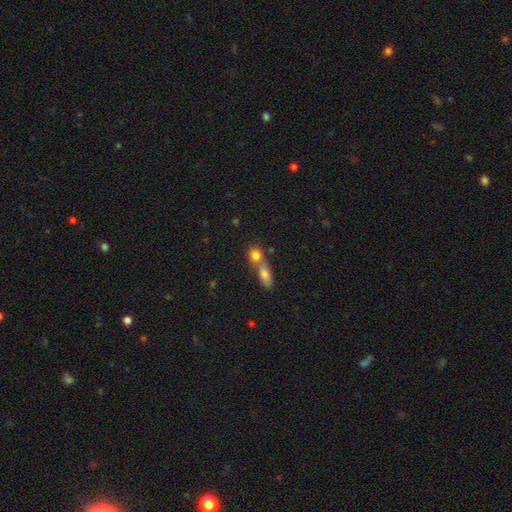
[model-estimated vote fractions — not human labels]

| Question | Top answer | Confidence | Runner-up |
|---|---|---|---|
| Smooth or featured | smooth | 80% | featured or disk (10%) |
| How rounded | round | 60% | in between (35%) |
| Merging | merger | 59% | none (31%) |